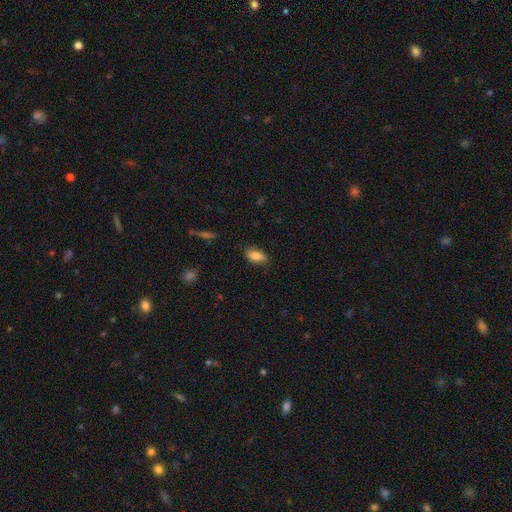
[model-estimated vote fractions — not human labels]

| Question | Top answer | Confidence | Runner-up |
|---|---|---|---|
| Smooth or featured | smooth | 84% | featured or disk (8%) |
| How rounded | in between | 89% | cigar-shaped (7%) |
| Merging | none | 82% | minor disturbance (14%) |